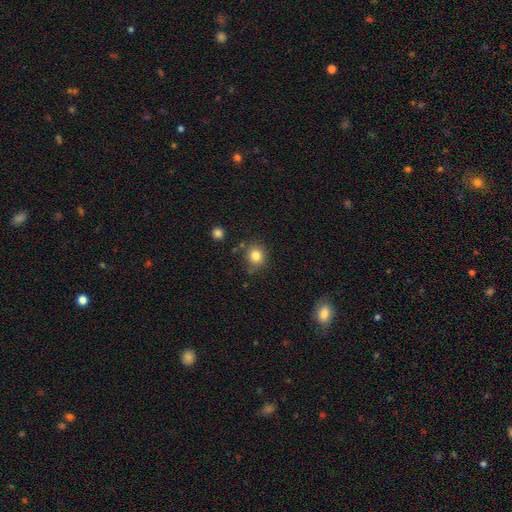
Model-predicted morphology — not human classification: smooth-or-featured: smooth: 83% | star or artifact: 11% | featured or disk: 6%
  how-rounded: round: 85% | in between: 14% | cigar-shaped: 1%
  merging: none: 81% | minor disturbance: 11% | merger: 5% | major disturbance: 3%